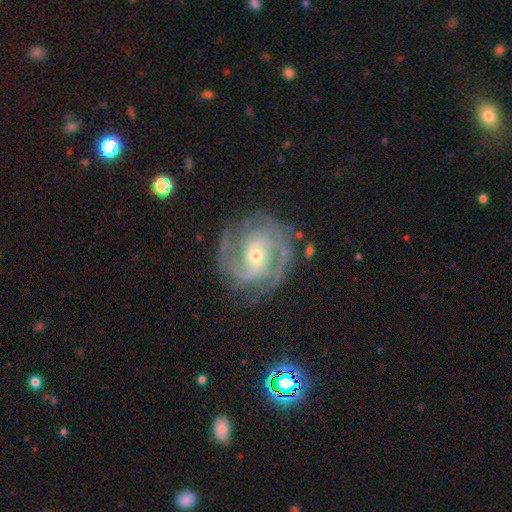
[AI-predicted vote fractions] Q: Smooth or featured?
A: featured or disk (90%); runner-up: star or artifact (5%)
Q: Edge-on disk?
A: no (98%); runner-up: yes (2%)
Q: Bar?
A: no (48%); runner-up: weak (36%)
Q: Spiral arms?
A: yes (97%); runner-up: no (3%)
Q: Spiral winding?
A: tight (55%); runner-up: medium (38%)
Q: Spiral arm count?
A: 2 (62%); runner-up: 3 (18%)
Q: Bulge size?
A: small (53%); runner-up: moderate (43%)
Q: Merging?
A: none (76%); runner-up: minor disturbance (16%)